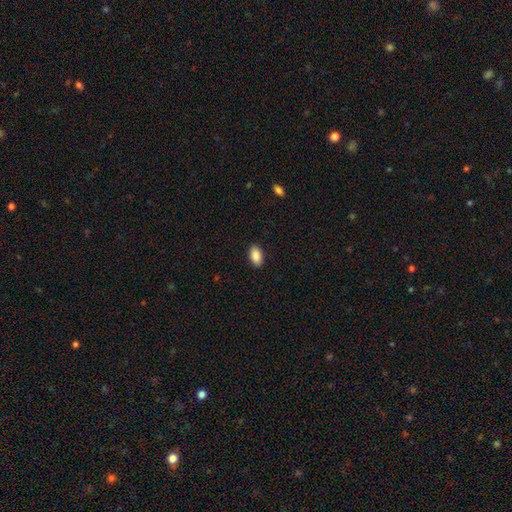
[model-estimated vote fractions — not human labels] Overall: smooth (90%). How rounded: in between (93%). Merging: none (90%).